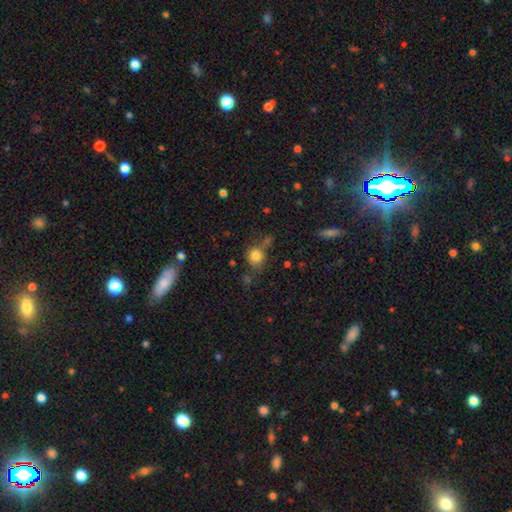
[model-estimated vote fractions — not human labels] Morphology: type=smooth (80%); roundness=round (72%); merging=none (60%).